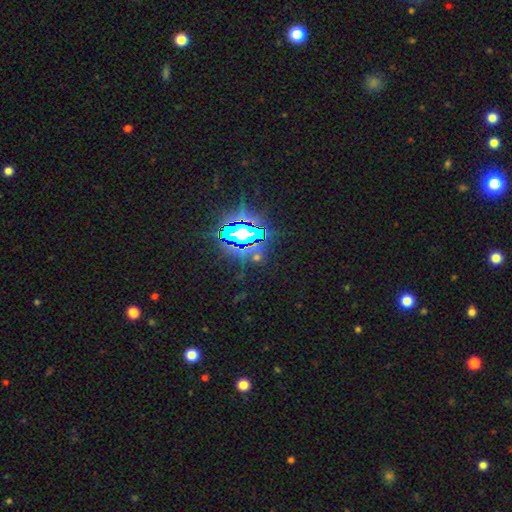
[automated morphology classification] A star or artifact, not a galaxy (78%).

Vote fractions:
- Smooth or featured? star or artifact: 78% / smooth: 12% / featured or disk: 10%